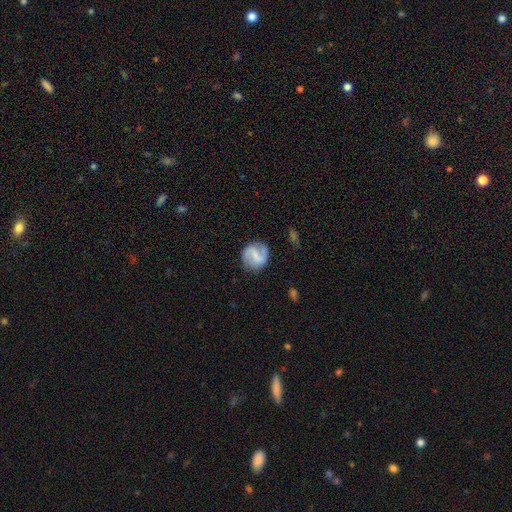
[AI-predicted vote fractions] smooth-or-featured: featured or disk: 72% | smooth: 22% | star or artifact: 6%
  disk-edge-on: no: 98% | yes: 2%
    bar: weak: 48% | strong: 28% | no: 24%
    has-spiral-arms: yes: 92% | no: 8%
      spiral-winding: medium: 43% | loose: 41% | tight: 17%
      spiral-arm-count: 2: 89% | can't tell: 5% | 1: 3% | 3: 1% | 4: 1% | more than 4: 1%
    bulge-size: small: 46% | none: 32% | moderate: 18% | large: 2% | dominant: 1%
  merging: none: 80% | minor disturbance: 13% | major disturbance: 5% | merger: 2%